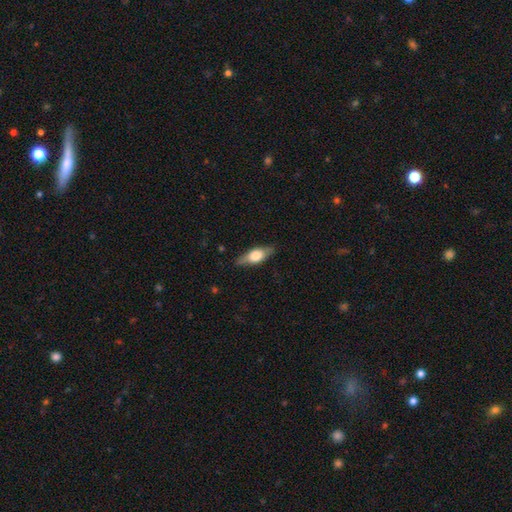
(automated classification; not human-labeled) A featured or disk galaxy (50%) viewed edge-on (89%). Merging: none (83%).